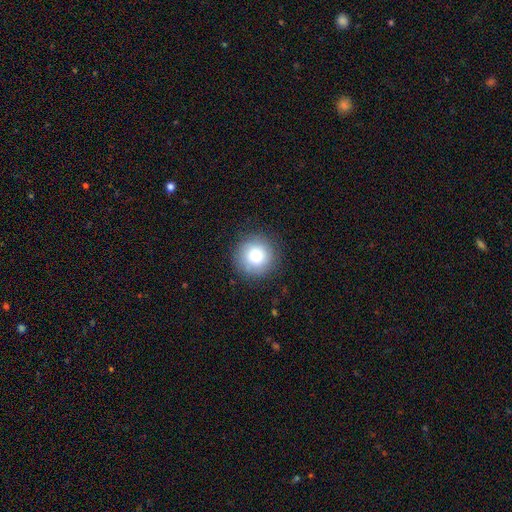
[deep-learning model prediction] This is clearly a smooth galaxy (80%). How rounded: clearly round (95%). Merging: clearly none (88%).